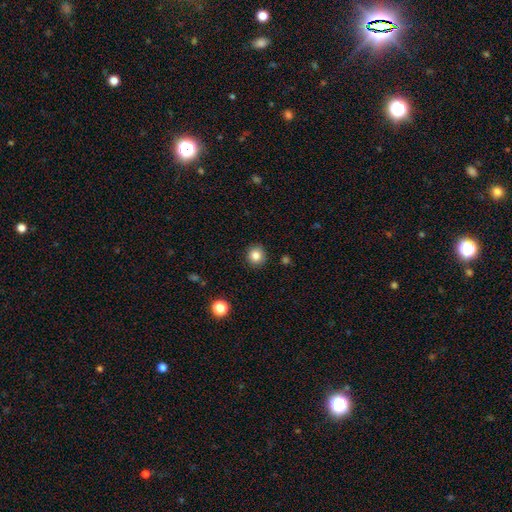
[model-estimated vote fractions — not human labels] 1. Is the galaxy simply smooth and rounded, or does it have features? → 84% smooth, 10% star or artifact, 6% featured or disk.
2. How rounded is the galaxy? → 90% round, 9% in between, 1% cigar-shaped.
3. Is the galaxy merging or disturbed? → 90% none, 6% minor disturbance, 2% major disturbance, 1% merger.